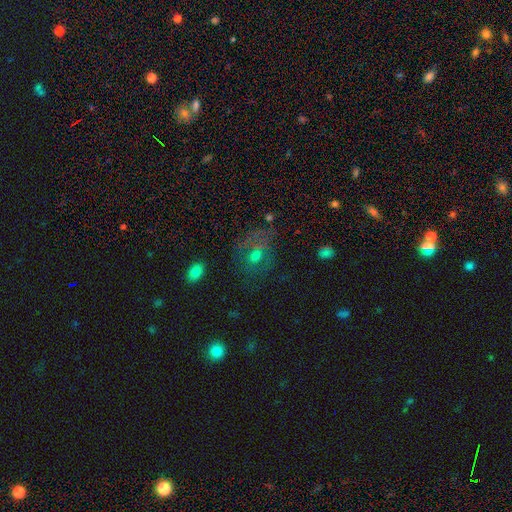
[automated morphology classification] The model was most divided on "smooth or featured": smooth: 45%, featured or disk: 37%, star or artifact: 19%. More confident: merging — none (56%).